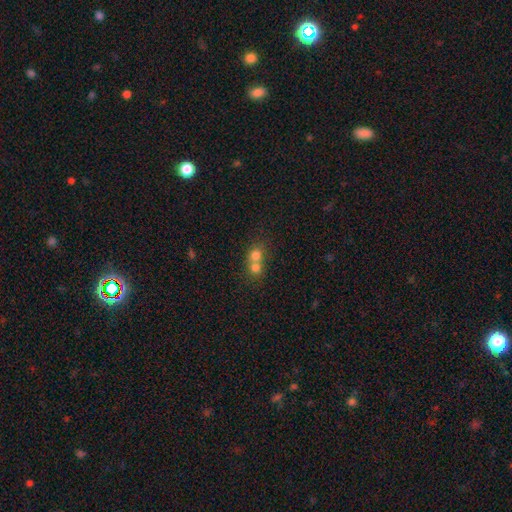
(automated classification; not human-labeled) smooth_or_featured: smooth (p=0.75) [alt: featured or disk p=0.13]
how_rounded: round (p=0.81) [alt: in between p=0.17]
merging: merger (p=0.66) [alt: none p=0.28]